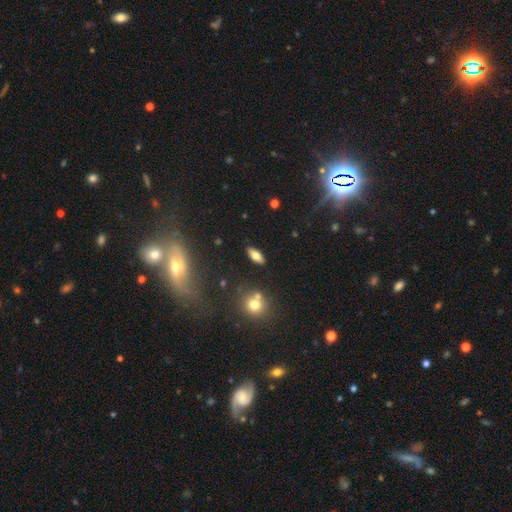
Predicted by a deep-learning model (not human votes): Q: Smooth or featured?
A: smooth (68%); runner-up: featured or disk (21%)
Q: How rounded?
A: in between (78%); runner-up: cigar-shaped (18%)
Q: Merging?
A: none (86%); runner-up: minor disturbance (9%)